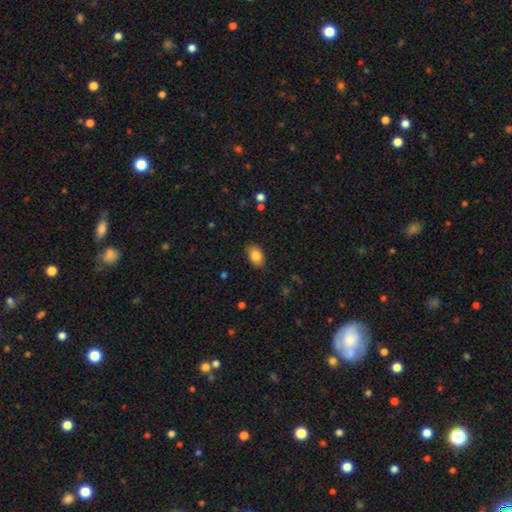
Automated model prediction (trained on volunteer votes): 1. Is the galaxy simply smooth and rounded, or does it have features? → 84% smooth, 8% featured or disk, 8% star or artifact.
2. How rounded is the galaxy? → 90% in between, 9% round, 2% cigar-shaped.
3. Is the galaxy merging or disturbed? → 83% none, 14% minor disturbance, 2% major disturbance, 1% merger.